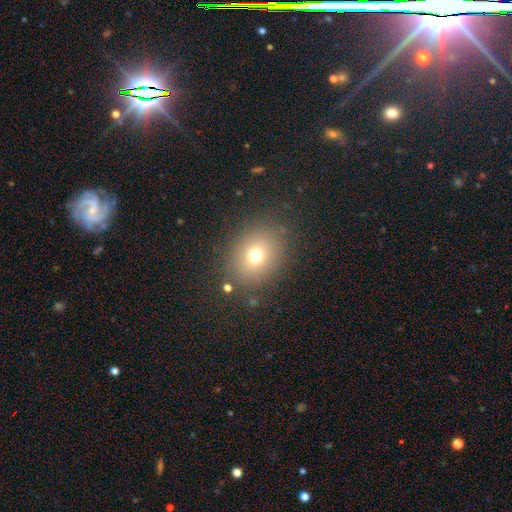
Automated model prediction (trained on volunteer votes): Smooth or featured?
  - smooth: 71% *
  - star or artifact: 17%
  - featured or disk: 13%
How rounded?
  - round: 58% *
  - in between: 41%
  - cigar-shaped: 1%
Merging?
  - none: 84% *
  - minor disturbance: 9%
  - major disturbance: 5%
  - merger: 2%